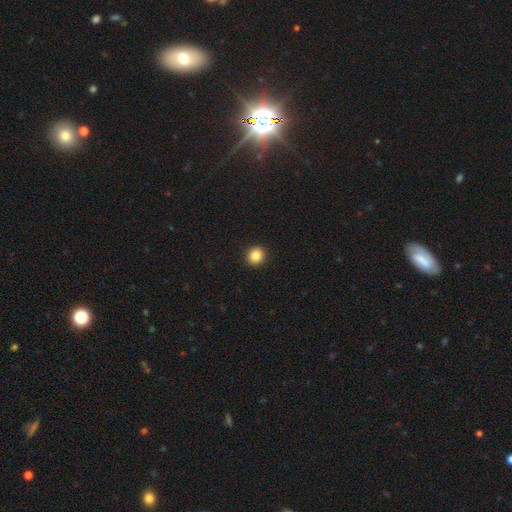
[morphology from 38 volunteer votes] A smooth galaxy with no disk features (76%) that is round (93%).

Vote fractions:
- Smooth or featured? smooth: 76% / featured or disk: 16% / star or artifact: 8%
- How rounded? round: 93% / in between: 7% / cigar-shaped: 0%
- Merging? none: 97% / minor disturbance: 3% / major disturbance: 0% / merger: 0%